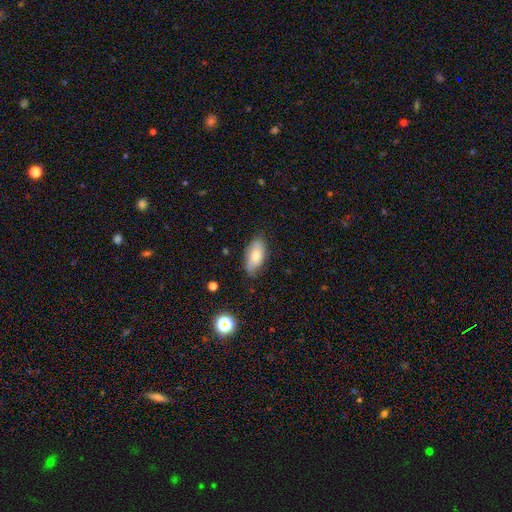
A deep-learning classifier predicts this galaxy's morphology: Smooth or featured?
  - smooth: 68% *
  - featured or disk: 25%
  - star or artifact: 8%
How rounded?
  - in between: 91% *
  - cigar-shaped: 6%
  - round: 4%
Merging?
  - none: 72% *
  - minor disturbance: 22%
  - major disturbance: 4%
  - merger: 1%